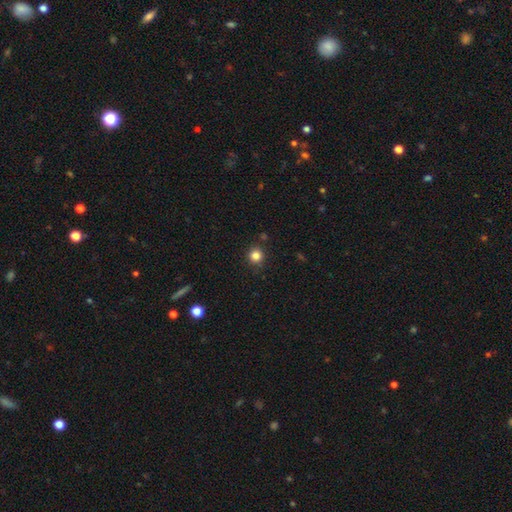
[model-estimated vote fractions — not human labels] Morphology: type=smooth (83%); roundness=round (91%); merging=none (87%).